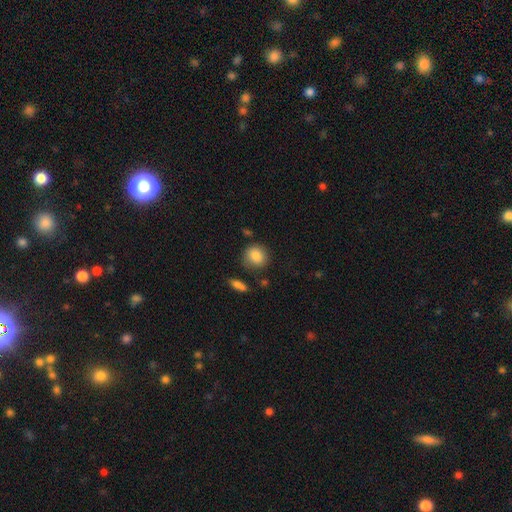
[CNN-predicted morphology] type=smooth (85%); roundness=round (81%); merging=none (77%).